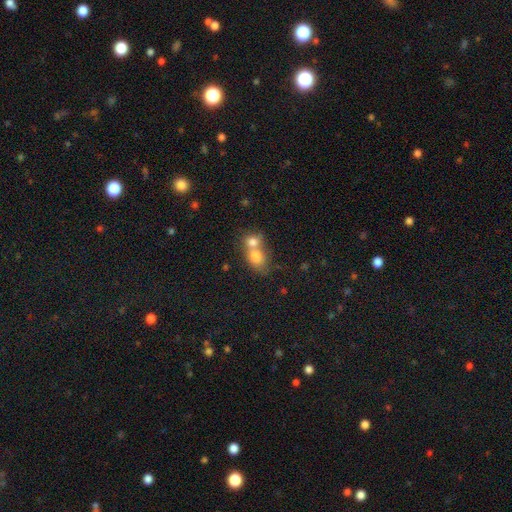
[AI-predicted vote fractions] smooth 76%, featured or disk 15%, star or artifact 9%. Down the decision tree: how rounded — in between (52%); merging — merger (69%).